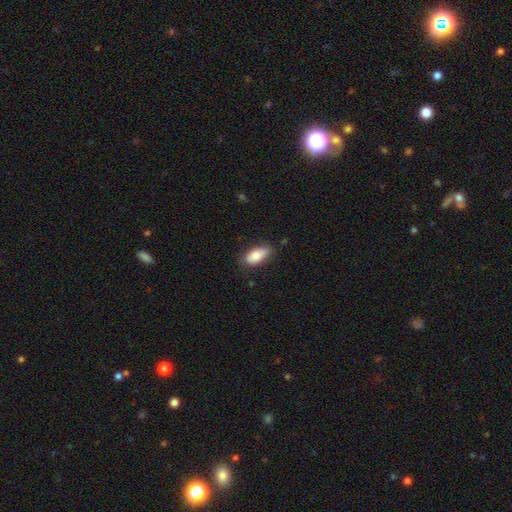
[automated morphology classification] Q: Smooth or featured?
A: smooth (78%); runner-up: featured or disk (15%)
Q: How rounded?
A: in between (89%); runner-up: cigar-shaped (8%)
Q: Merging?
A: none (76%); runner-up: minor disturbance (19%)